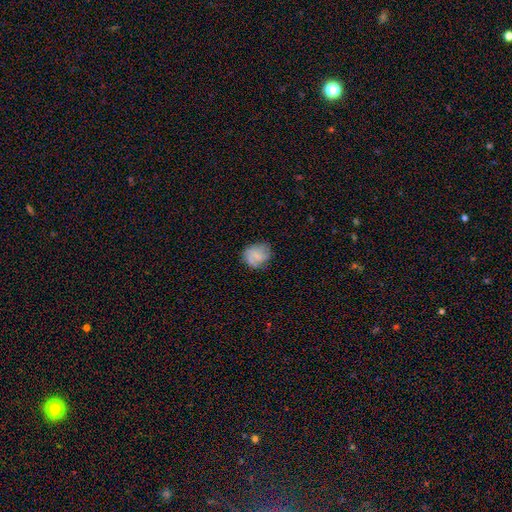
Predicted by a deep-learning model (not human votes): Smooth or featured?
  - smooth: 66% *
  - featured or disk: 25%
  - star or artifact: 9%
How rounded?
  - round: 66% *
  - in between: 33%
  - cigar-shaped: 1%
Merging?
  - none: 67% *
  - minor disturbance: 23%
  - major disturbance: 8%
  - merger: 1%